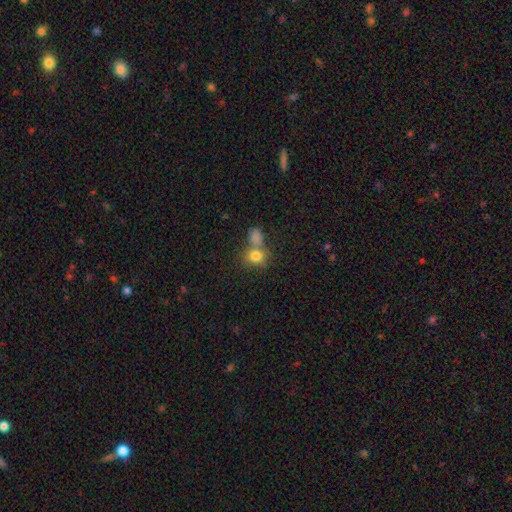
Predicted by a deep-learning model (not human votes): A smooth galaxy with no disk features (80%) that is round (65%). Merging: none (43%).